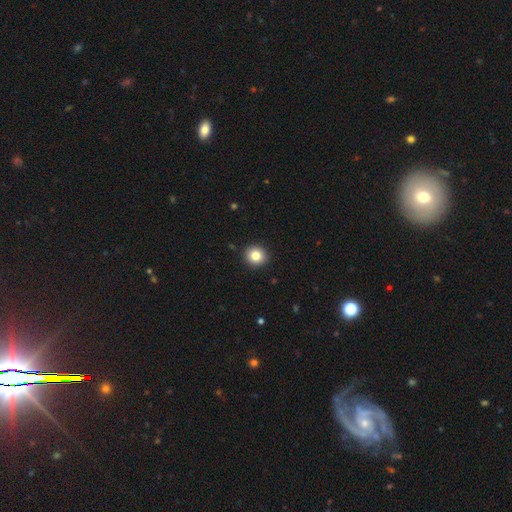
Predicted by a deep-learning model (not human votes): Smooth or featured?
  - smooth: 83% *
  - star or artifact: 10%
  - featured or disk: 7%
How rounded?
  - round: 90% *
  - in between: 9%
  - cigar-shaped: 1%
Merging?
  - none: 93% *
  - minor disturbance: 5%
  - major disturbance: 2%
  - merger: 1%